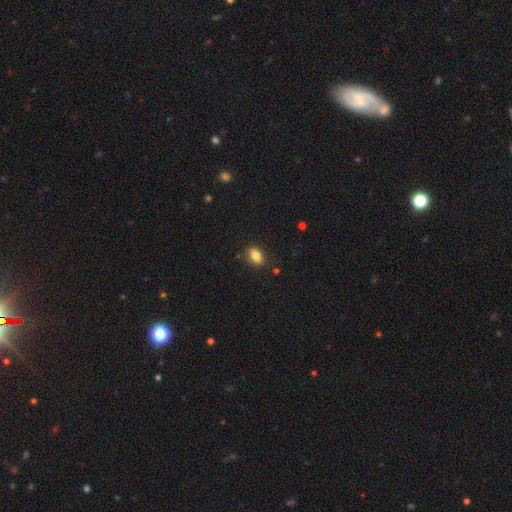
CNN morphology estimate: Smooth or featured? smooth (83%)
How rounded? in between (82%)
Merging? none (84%)